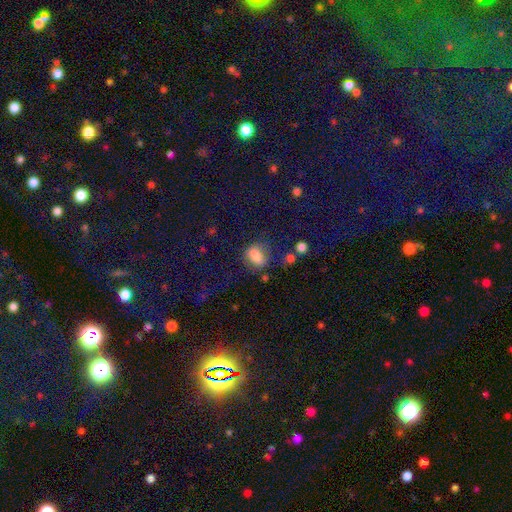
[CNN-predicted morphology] smooth 78%, featured or disk 11%, star or artifact 11%. Down the decision tree: how rounded — in between (72%); merging — none (59%).